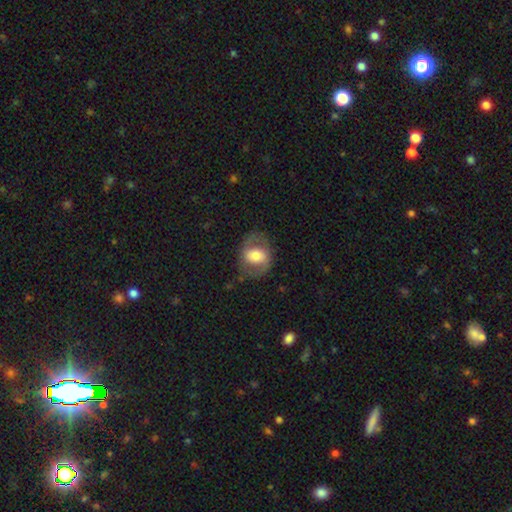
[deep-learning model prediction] Morphology: type=featured or disk (53%); edge-on=no (94%); merging=none (71%).